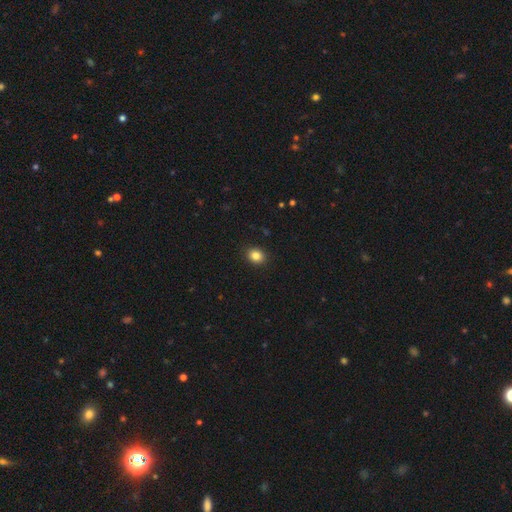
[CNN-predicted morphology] This appears to be a smooth galaxy with no disk features (84%) that is round (60%). Merging: none (91%).